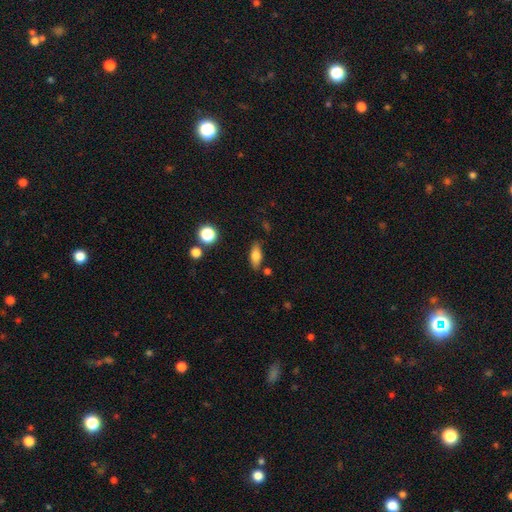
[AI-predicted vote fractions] This is likely a smooth galaxy (76%). How rounded: likely in between (78%). Merging: clearly none (81%).